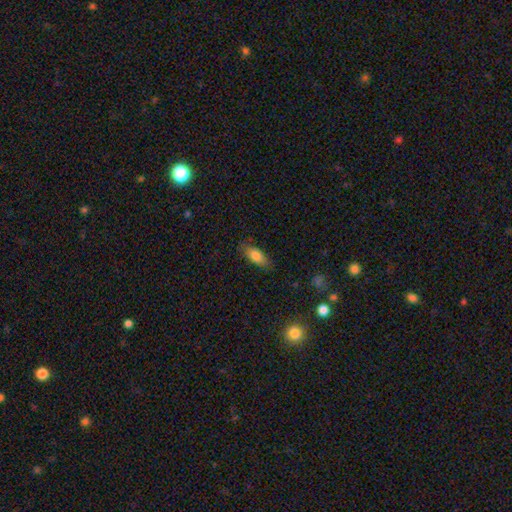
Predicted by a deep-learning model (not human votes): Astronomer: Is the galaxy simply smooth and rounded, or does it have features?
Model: smooth — 80%.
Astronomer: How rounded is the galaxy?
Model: in between — 76%.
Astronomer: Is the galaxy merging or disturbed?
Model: none — 80%.